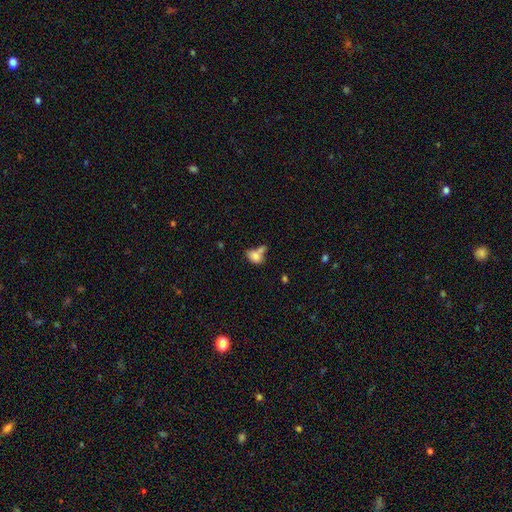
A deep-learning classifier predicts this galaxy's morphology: smooth_or_featured: smooth (p=0.79) [alt: featured or disk p=0.12]
how_rounded: in between (p=0.82) [alt: round p=0.16]
merging: merger (p=0.47) [alt: none p=0.30]